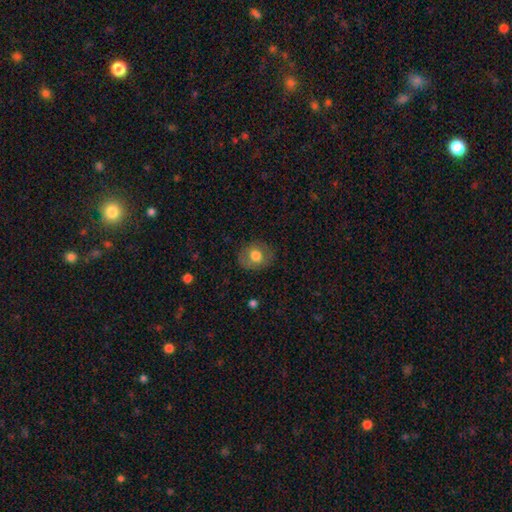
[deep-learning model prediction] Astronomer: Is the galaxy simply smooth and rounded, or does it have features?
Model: smooth — 69%.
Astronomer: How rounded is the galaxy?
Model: round — 63%.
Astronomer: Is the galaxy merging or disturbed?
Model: none — 80%.